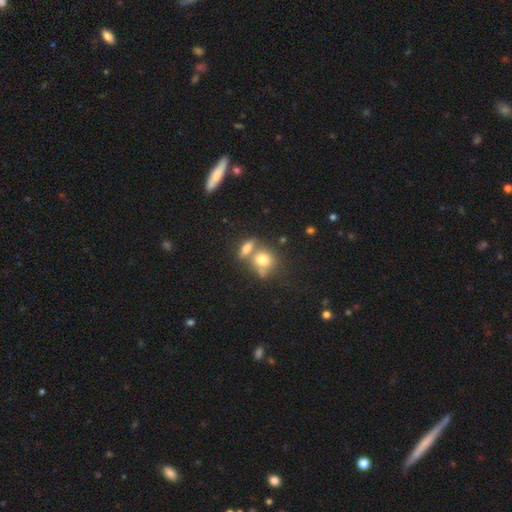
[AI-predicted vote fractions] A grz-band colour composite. It shows a smooth galaxy with no disk features (59%) that is round (68%). Merging: merger (50%).